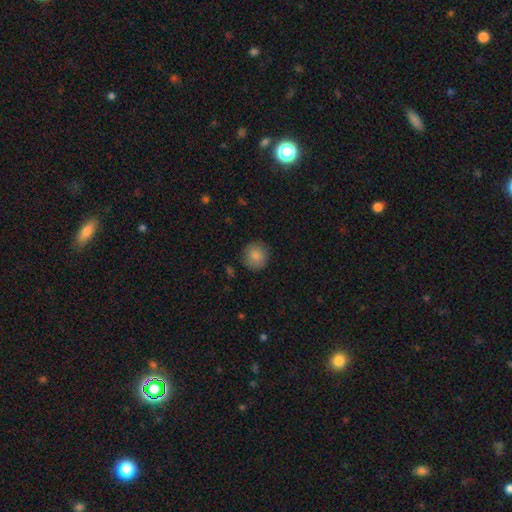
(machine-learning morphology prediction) A smooth galaxy with no disk features (86%) that is round (93%). Merging: none (87%).